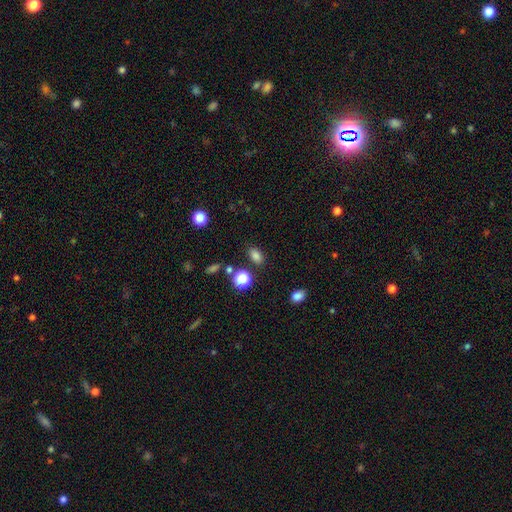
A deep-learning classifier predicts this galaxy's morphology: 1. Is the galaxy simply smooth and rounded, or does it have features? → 81% smooth, 14% star or artifact, 5% featured or disk.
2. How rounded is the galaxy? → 81% in between, 17% round, 2% cigar-shaped.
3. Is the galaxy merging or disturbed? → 82% none, 10% minor disturbance, 5% merger, 3% major disturbance.